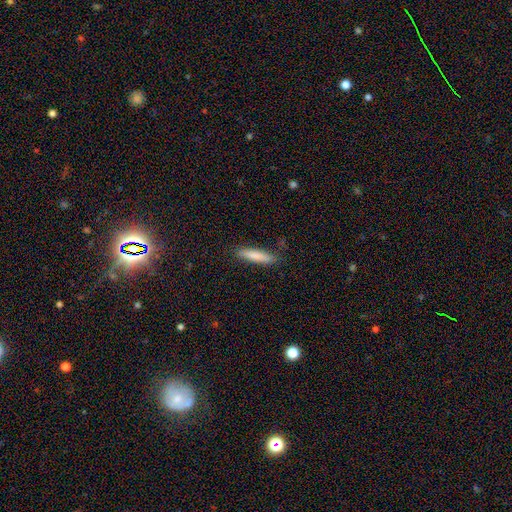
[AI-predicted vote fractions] Smooth or featured?
  - smooth: 80% *
  - featured or disk: 14%
  - star or artifact: 6%
How rounded?
  - cigar-shaped: 84% *
  - in between: 14%
  - round: 1%
Merging?
  - none: 85% *
  - minor disturbance: 12%
  - major disturbance: 2%
  - merger: 1%